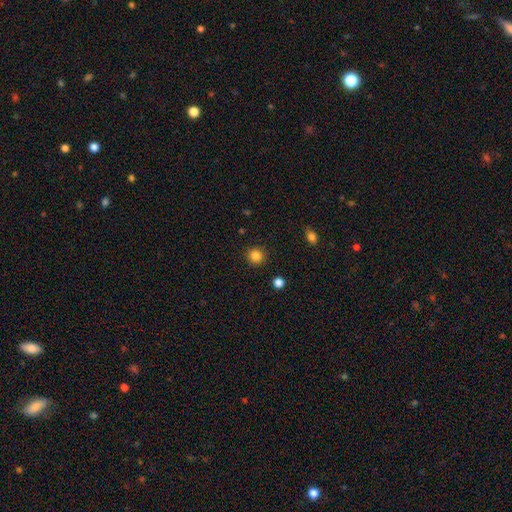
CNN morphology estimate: Smooth or featured? Predicted: smooth (p=0.84). How rounded? Predicted: round (p=0.94). Merging? Predicted: none (p=0.92).